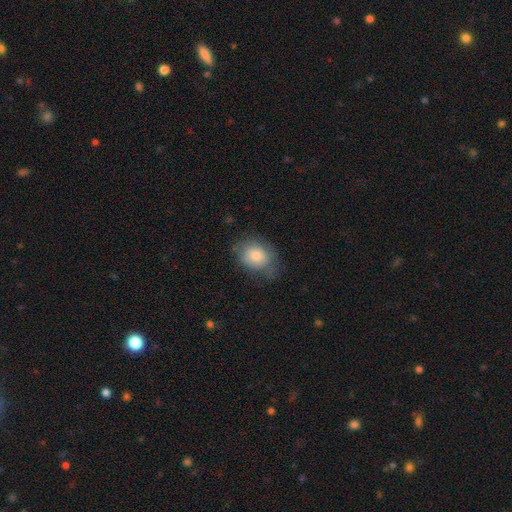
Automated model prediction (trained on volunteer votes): This is likely a smooth galaxy (77%). How rounded: possibly in between (53%). Merging: possibly none (57%).